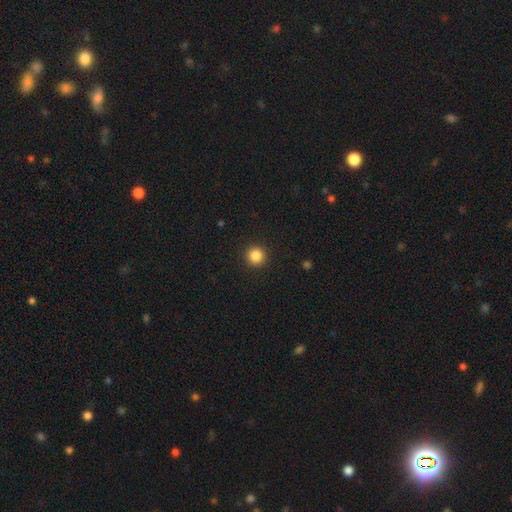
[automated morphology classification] This appears to be a smooth galaxy with no disk features (85%) that is round (96%). Merging: none (93%).